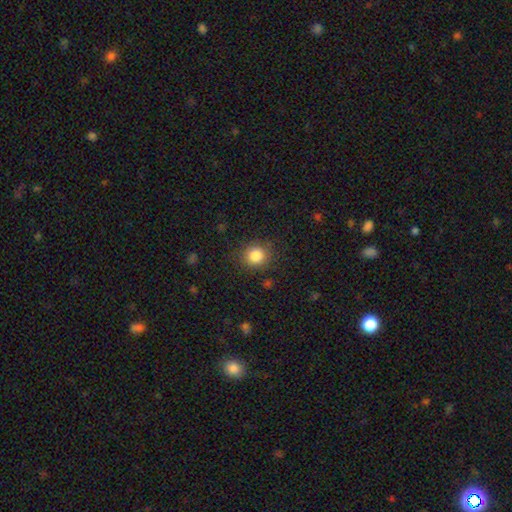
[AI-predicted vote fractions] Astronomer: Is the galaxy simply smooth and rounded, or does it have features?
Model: smooth — 84%.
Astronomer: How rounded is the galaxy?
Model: round — 86%.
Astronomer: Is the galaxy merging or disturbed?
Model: none — 85%.